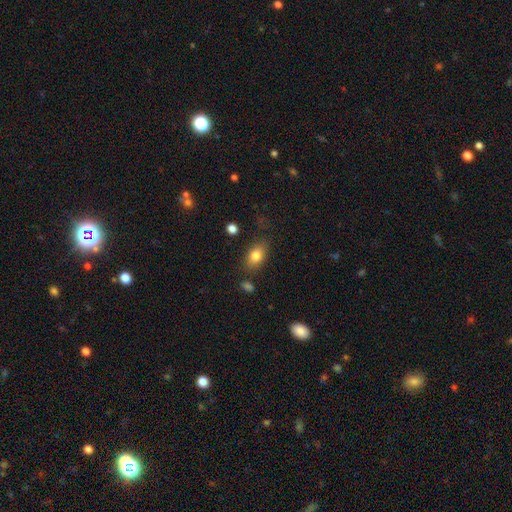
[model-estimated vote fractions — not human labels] Q: Smooth or featured?
A: smooth (80%); runner-up: featured or disk (11%)
Q: How rounded?
A: in between (83%); runner-up: round (14%)
Q: Merging?
A: none (76%); runner-up: minor disturbance (16%)